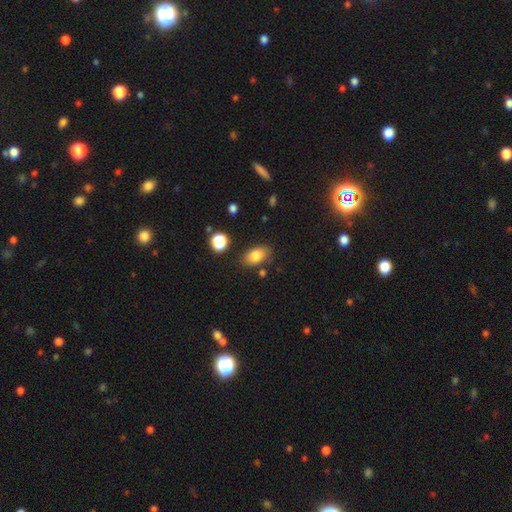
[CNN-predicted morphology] smooth_or_featured: smooth (p=0.81) [alt: featured or disk p=0.10]
how_rounded: in between (p=0.88) [alt: round p=0.10]
merging: none (p=0.79) [alt: minor disturbance p=0.14]